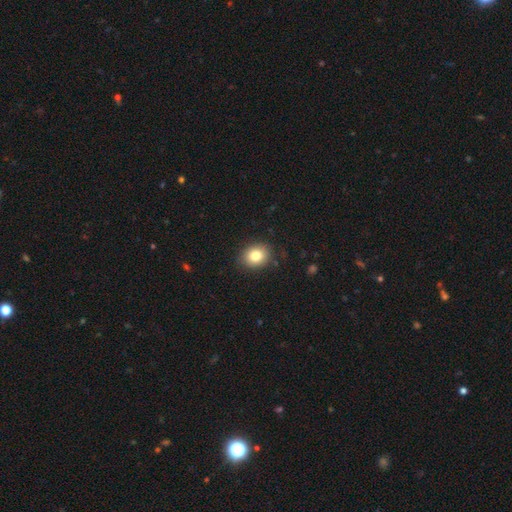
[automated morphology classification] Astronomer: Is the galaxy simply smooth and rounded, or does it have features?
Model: smooth — 83%.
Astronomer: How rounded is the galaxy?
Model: round — 53% (runner-up: in between, 46%).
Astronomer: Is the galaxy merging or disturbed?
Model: none — 86%.